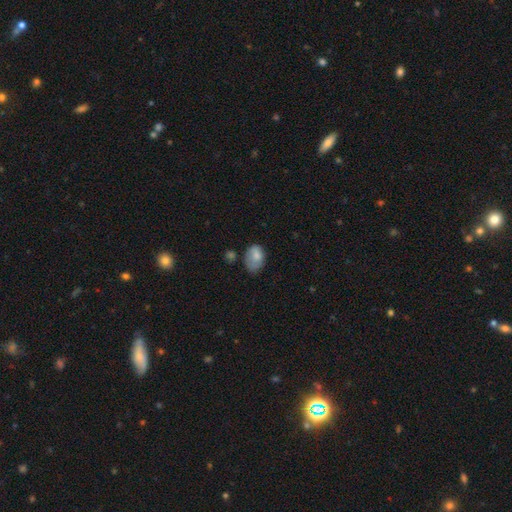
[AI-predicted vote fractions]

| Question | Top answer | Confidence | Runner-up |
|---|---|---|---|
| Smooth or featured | smooth | 76% | featured or disk (16%) |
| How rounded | in between | 82% | round (17%) |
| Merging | minor disturbance | 39% | none (37%) |